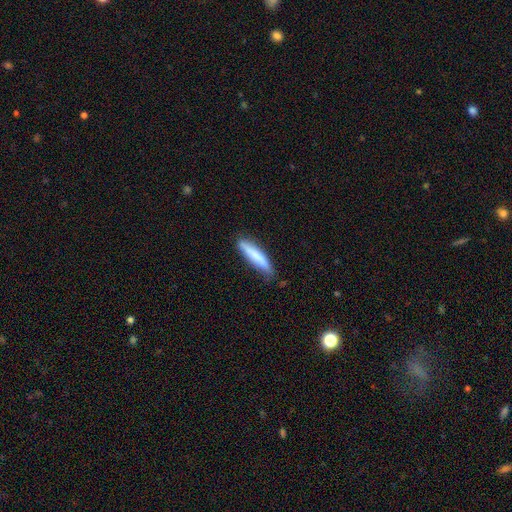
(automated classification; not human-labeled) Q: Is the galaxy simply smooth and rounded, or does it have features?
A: smooth — 77%.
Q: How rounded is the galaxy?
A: cigar-shaped — 88%.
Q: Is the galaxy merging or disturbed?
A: none — 76%.